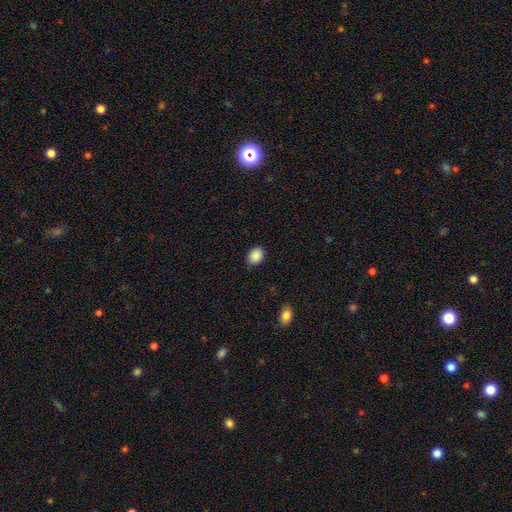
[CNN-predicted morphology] smooth 89%, star or artifact 8%, featured or disk 3%. Down the decision tree: how rounded — in between (59%); merging — none (89%).